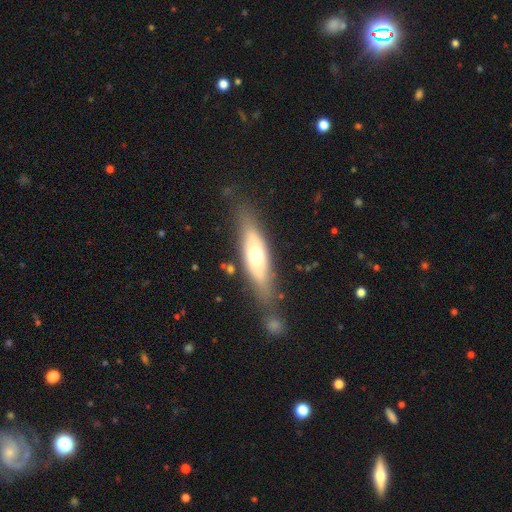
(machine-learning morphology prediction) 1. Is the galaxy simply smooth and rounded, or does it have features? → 49% smooth, 44% featured or disk, 6% star or artifact.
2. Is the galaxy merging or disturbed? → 71% none, 17% minor disturbance, 6% merger, 6% major disturbance.